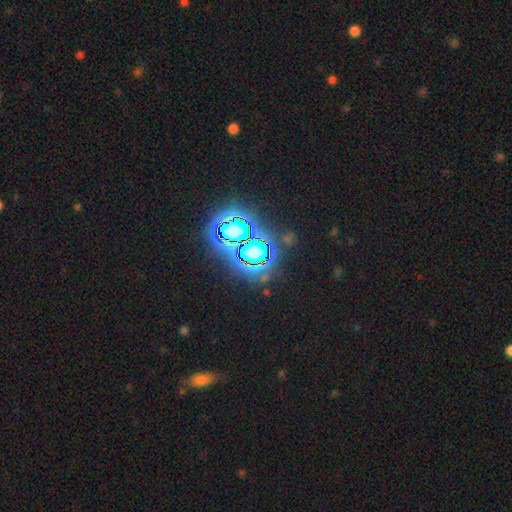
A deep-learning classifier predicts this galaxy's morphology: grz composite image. It shows a star or artifact, not a galaxy (81%).